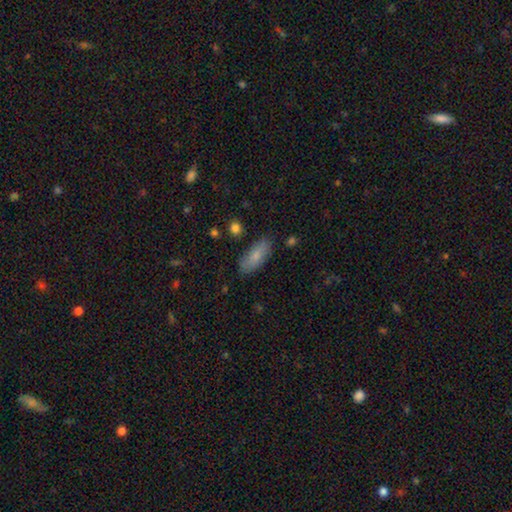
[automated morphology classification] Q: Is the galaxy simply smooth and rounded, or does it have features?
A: smooth — 80%.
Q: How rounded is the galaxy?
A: in between — 77%.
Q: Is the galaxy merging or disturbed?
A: none — 81%.